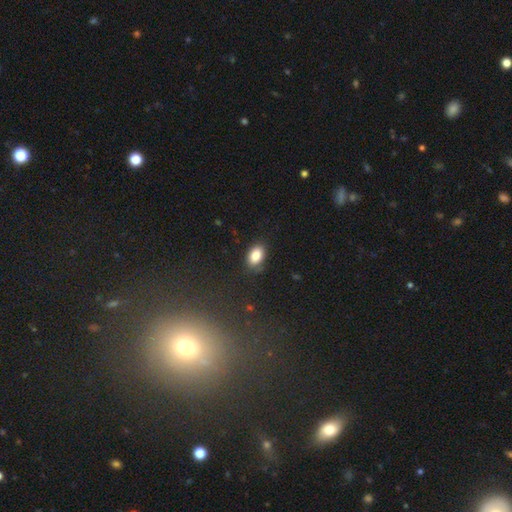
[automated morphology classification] Smooth or featured? Predicted: smooth (p=0.85). How rounded? Predicted: in between (p=0.90). Merging? Predicted: none (p=0.83).